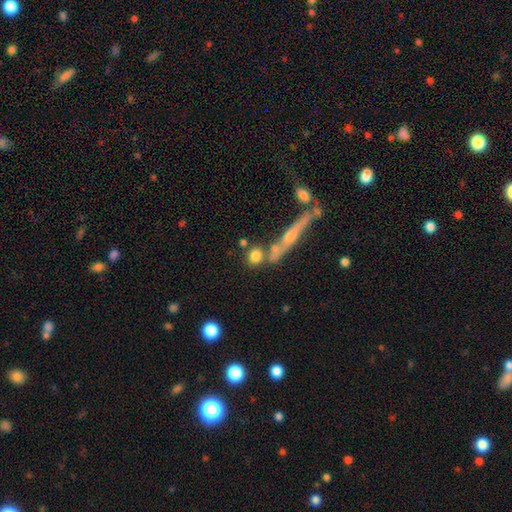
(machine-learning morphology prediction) A smooth galaxy with no disk features (76%) that is round (69%). Merging: none (63%).